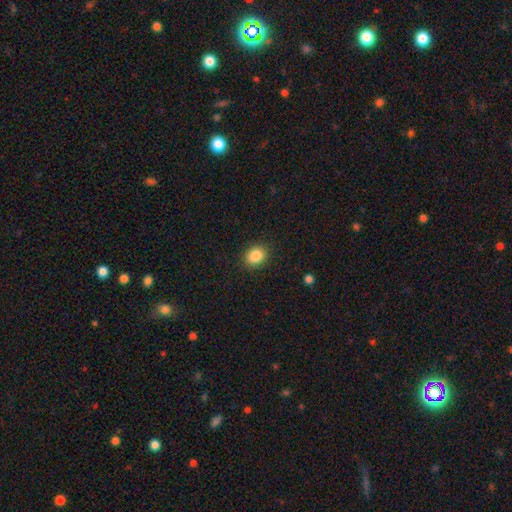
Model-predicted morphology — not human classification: Smooth or featured: smooth — 86% (star or artifact — 9%)
How rounded: in between — 51% (round — 48%)
Merging: none — 89% (minor disturbance — 8%)